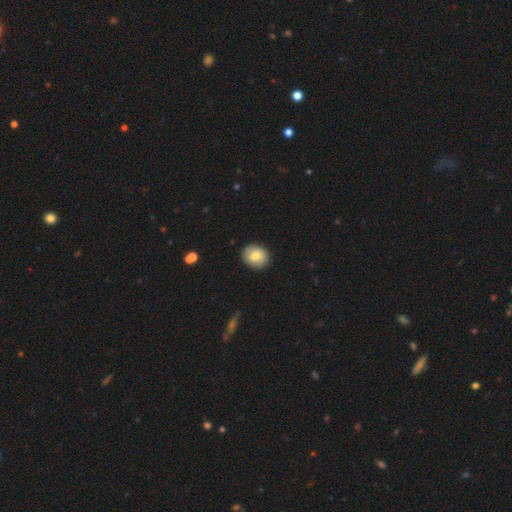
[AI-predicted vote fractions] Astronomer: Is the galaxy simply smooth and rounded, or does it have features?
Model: smooth — 76%.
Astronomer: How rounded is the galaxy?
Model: round — 63%.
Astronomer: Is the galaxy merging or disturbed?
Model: none — 88%.